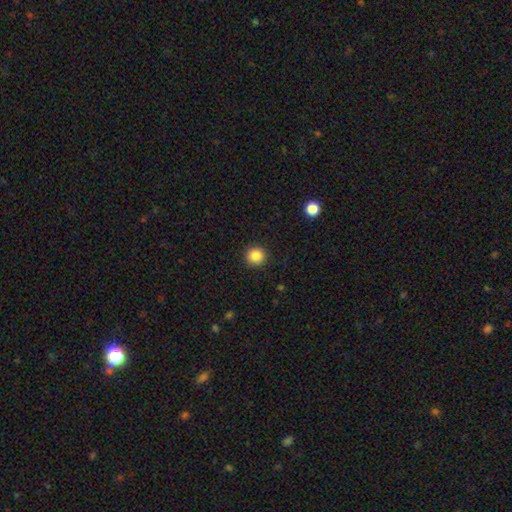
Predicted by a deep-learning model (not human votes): This appears to be a smooth galaxy with no disk features (86%) that is round (95%). Merging: none (92%).